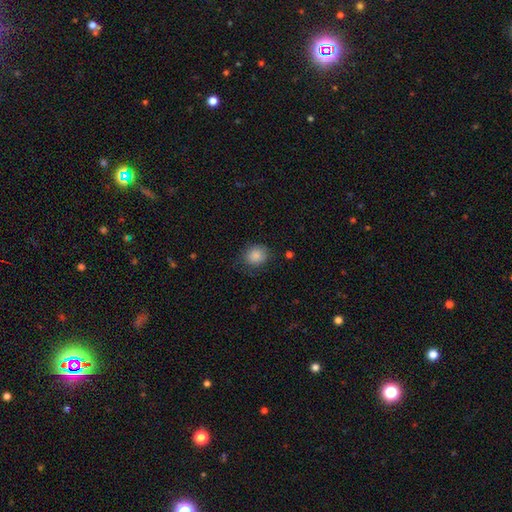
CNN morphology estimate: This appears to be a smooth galaxy with no disk features (87%) that is round (70%). Merging: none (76%).